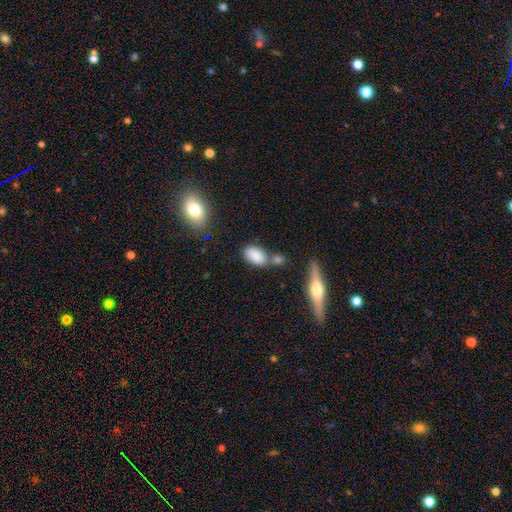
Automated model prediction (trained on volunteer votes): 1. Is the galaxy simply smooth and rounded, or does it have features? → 84% smooth, 8% star or artifact, 8% featured or disk.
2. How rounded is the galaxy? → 91% in between, 6% round, 3% cigar-shaped.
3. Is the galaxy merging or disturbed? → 49% none, 29% merger, 16% minor disturbance, 6% major disturbance.